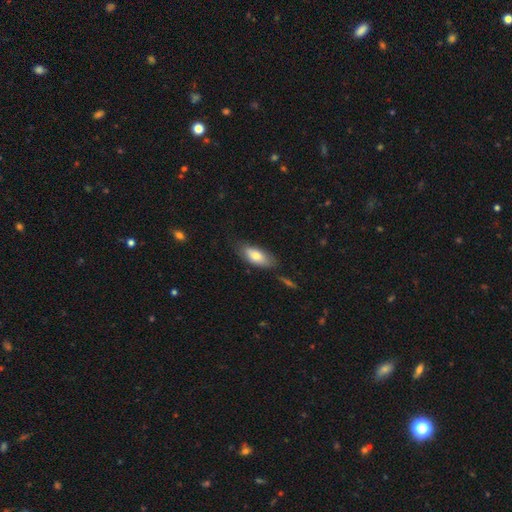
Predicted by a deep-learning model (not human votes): A smooth galaxy with no disk features (72%) that is in between round and cigar-shaped (81%).

Vote fractions:
- Smooth or featured? smooth: 72% / featured or disk: 22% / star or artifact: 6%
- How rounded? in between: 81% / cigar-shaped: 16% / round: 3%
- Merging? none: 73% / minor disturbance: 20% / major disturbance: 4% / merger: 3%